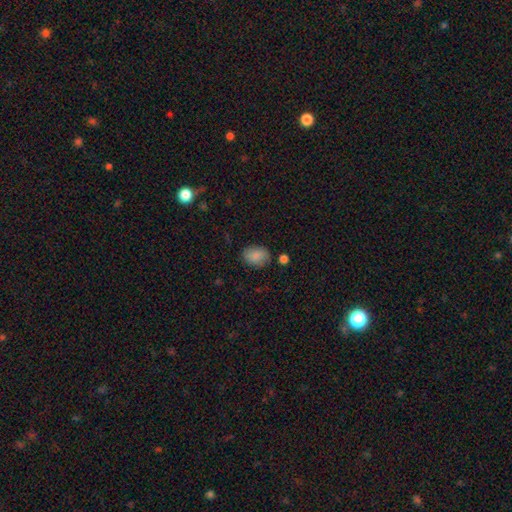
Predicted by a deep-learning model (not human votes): A smooth galaxy with no disk features (86%) that is in between round and cigar-shaped (72%).

Vote fractions:
- Smooth or featured? smooth: 86% / star or artifact: 8% / featured or disk: 6%
- How rounded? in between: 72% / round: 27% / cigar-shaped: 1%
- Merging? none: 79% / minor disturbance: 15% / major disturbance: 4% / merger: 3%